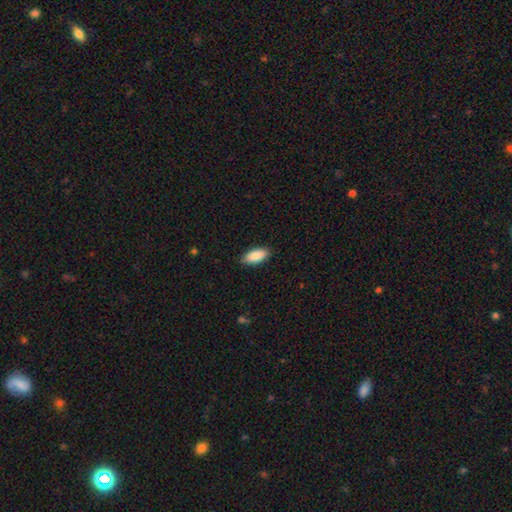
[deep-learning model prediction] This is clearly a smooth galaxy (89%). How rounded: clearly in between (90%). Merging: clearly none (88%).